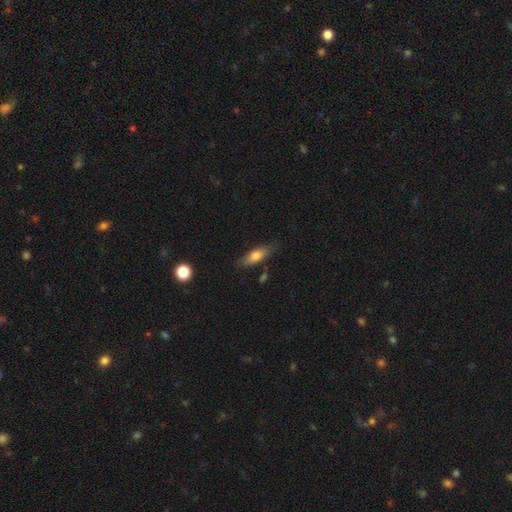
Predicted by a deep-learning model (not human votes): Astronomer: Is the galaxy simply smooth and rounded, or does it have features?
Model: smooth — 71%.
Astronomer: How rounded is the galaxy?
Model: in between — 67%.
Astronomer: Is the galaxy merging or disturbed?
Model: none — 75%.